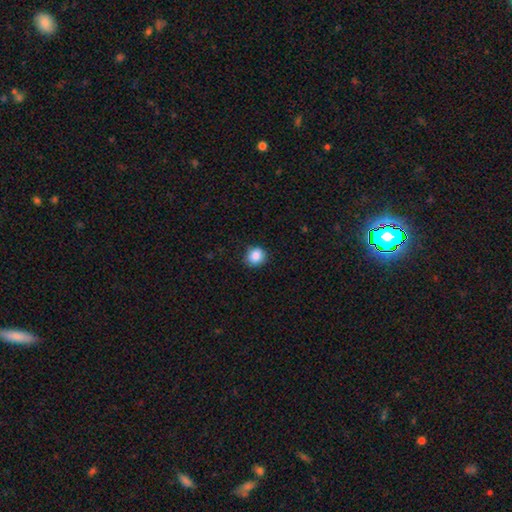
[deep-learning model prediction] Smooth or featured? Predicted: smooth (p=0.87). How rounded? Predicted: round (p=0.81). Merging? Predicted: none (p=0.86).